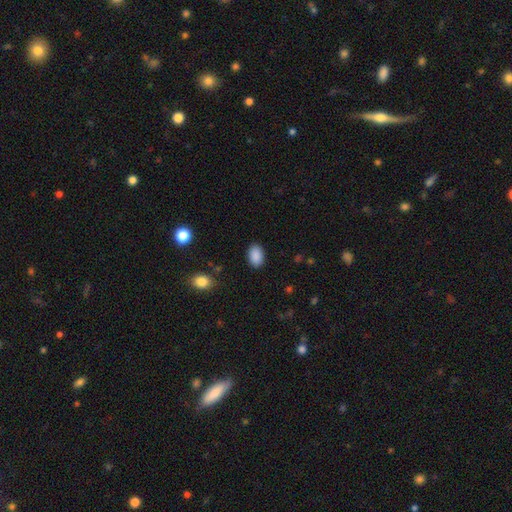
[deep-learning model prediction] This is clearly a smooth galaxy (89%). How rounded: clearly in between (88%). Merging: clearly none (88%).